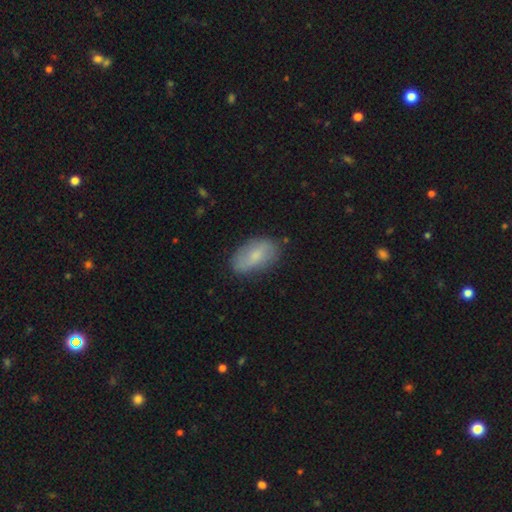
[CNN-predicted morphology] smooth-or-featured: smooth: 66% | featured or disk: 28% | star or artifact: 6%
  how-rounded: in between: 92% | round: 4% | cigar-shaped: 4%
  merging: none: 78% | minor disturbance: 17% | major disturbance: 4% | merger: 2%